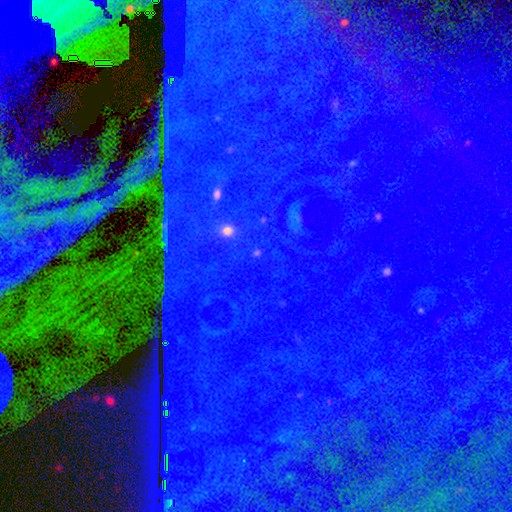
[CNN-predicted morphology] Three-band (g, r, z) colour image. It shows a star or artifact, not a galaxy (86%).